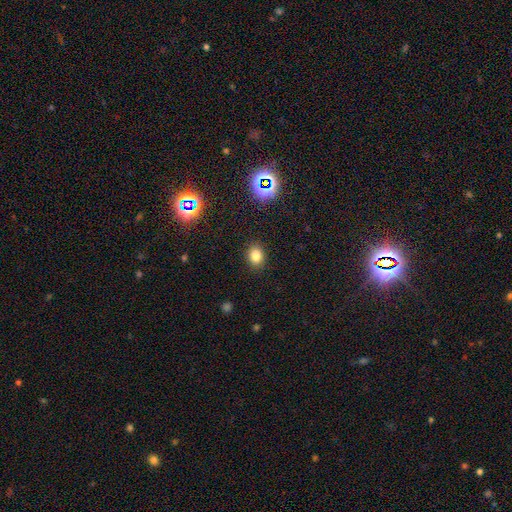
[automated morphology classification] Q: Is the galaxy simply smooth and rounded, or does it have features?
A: smooth — 79%.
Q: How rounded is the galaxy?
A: round — 50%.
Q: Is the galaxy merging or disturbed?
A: none — 89%.